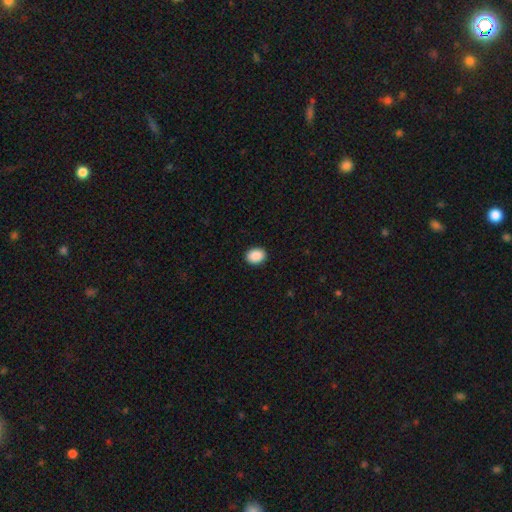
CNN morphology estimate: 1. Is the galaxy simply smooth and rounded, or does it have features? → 90% smooth, 7% star or artifact, 2% featured or disk.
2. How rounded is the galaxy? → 59% in between, 40% round, 1% cigar-shaped.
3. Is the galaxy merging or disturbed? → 92% none, 6% minor disturbance, 2% major disturbance, 1% merger.